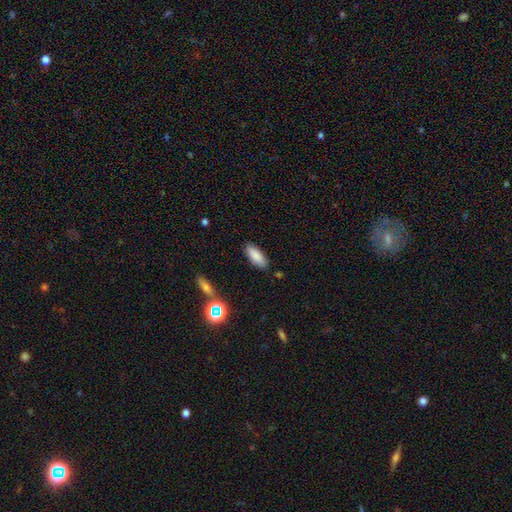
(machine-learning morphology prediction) smooth-or-featured: smooth: 85% | star or artifact: 8% | featured or disk: 6%
  how-rounded: in between: 76% | cigar-shaped: 22% | round: 2%
  merging: none: 85% | minor disturbance: 11% | major disturbance: 3% | merger: 2%